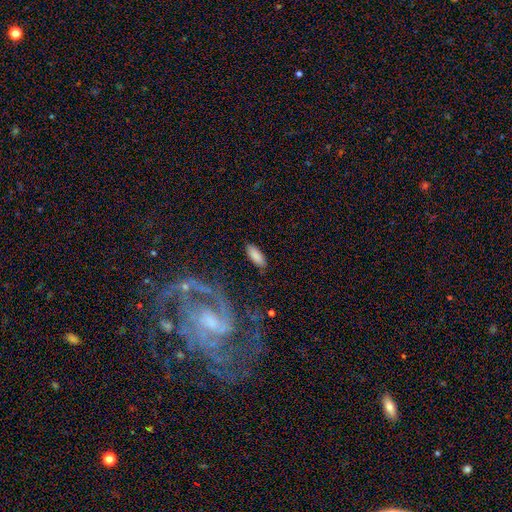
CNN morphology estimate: This is clearly a smooth galaxy (83%). How rounded: likely in between (75%). Merging: clearly none (82%).